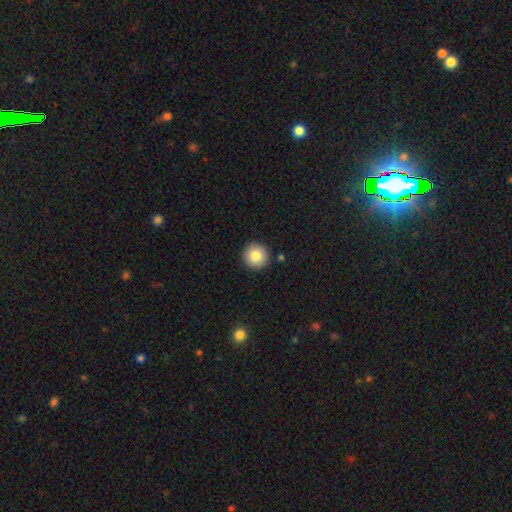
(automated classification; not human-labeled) The model was most divided on "smooth or featured": smooth: 83%, star or artifact: 9%, featured or disk: 8%. More confident: how rounded — round (96%); merging — none (91%).